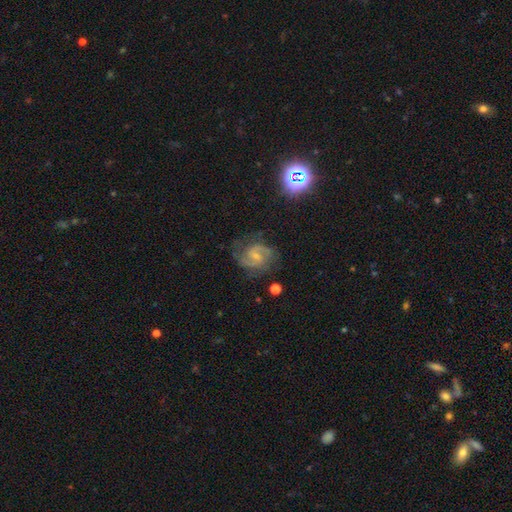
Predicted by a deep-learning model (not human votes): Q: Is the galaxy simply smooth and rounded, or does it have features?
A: featured or disk — 86%.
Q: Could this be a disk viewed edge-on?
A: no — 98%.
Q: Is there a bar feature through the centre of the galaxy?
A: weak — 54%.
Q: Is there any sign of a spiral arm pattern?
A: yes — 97%.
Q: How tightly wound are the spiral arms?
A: medium — 58%.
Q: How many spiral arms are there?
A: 2 — 87%.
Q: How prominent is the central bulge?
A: small — 62%.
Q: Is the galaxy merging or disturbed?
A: none — 71%.